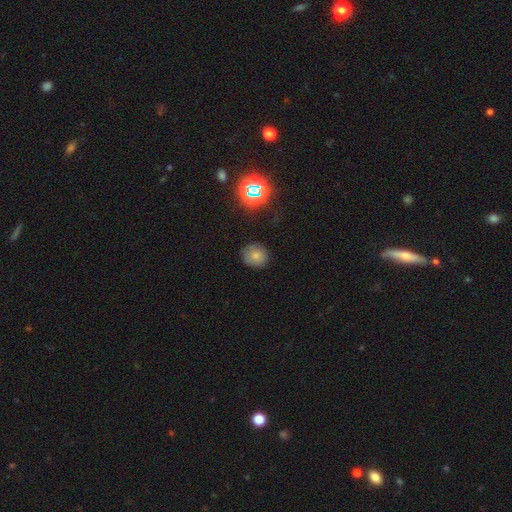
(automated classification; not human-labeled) A smooth galaxy with no disk features (72%) that is round (85%).

Vote fractions:
- Smooth or featured? smooth: 72% / star or artifact: 16% / featured or disk: 11%
- How rounded? round: 85% / in between: 14% / cigar-shaped: 1%
- Merging? none: 83% / minor disturbance: 13% / major disturbance: 3% / merger: 1%